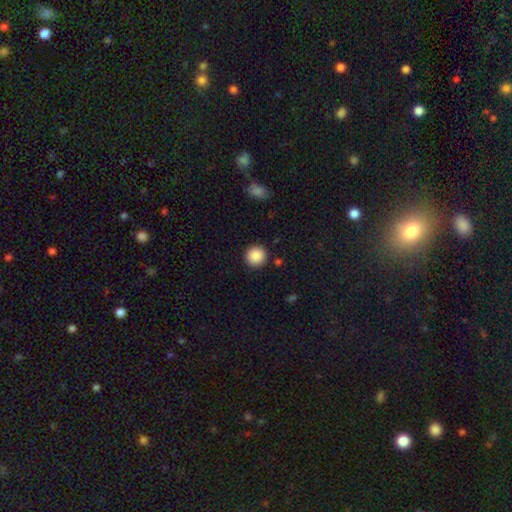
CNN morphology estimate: type=smooth (88%); roundness=round (94%); merging=none (91%).